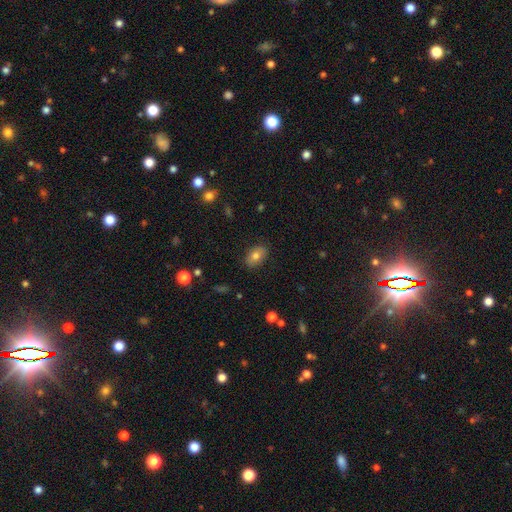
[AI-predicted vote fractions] smooth 76%, featured or disk 15%, star or artifact 9%. Down the decision tree: how rounded — in between (85%); merging — none (86%).